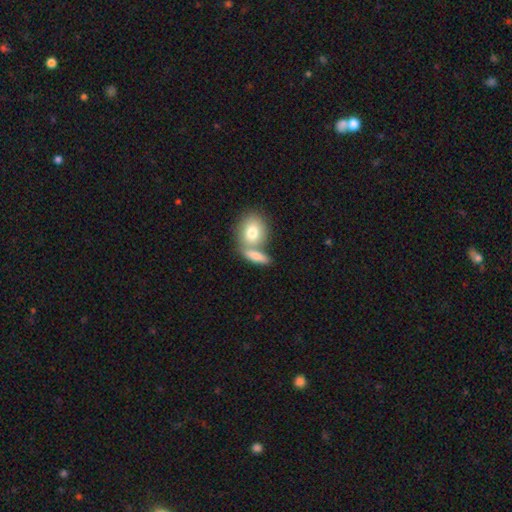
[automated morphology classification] type=smooth (76%); roundness=in between (62%); merging=none (44%).